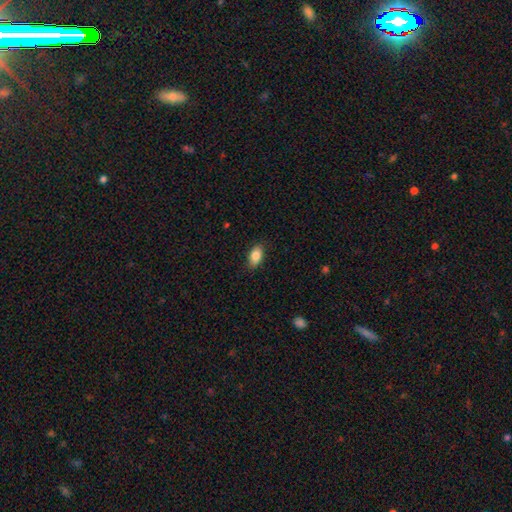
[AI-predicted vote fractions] Morphology: type=smooth (86%); roundness=in between (91%); merging=none (87%).